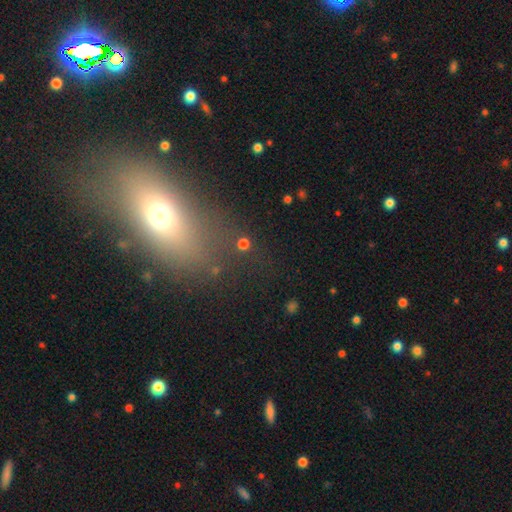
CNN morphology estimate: Smooth or featured: smooth — 57% (star or artifact — 24%)
How rounded: in between — 64% (round — 22%)
Merging: none — 73% (minor disturbance — 14%)